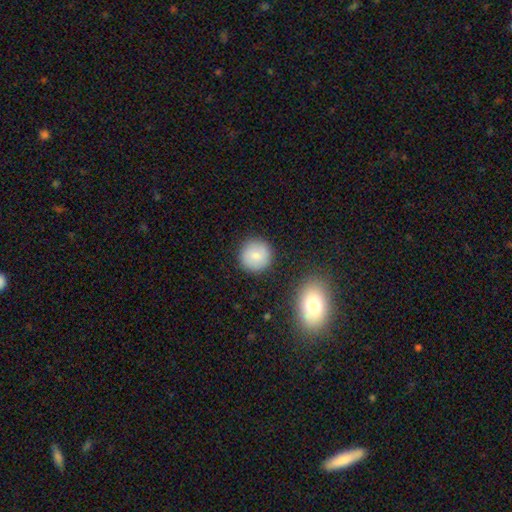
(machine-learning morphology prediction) A smooth galaxy with no disk features (82%) that is round (94%).

Vote fractions:
- Smooth or featured? smooth: 82% / featured or disk: 9% / star or artifact: 8%
- How rounded? round: 94% / in between: 5% / cigar-shaped: 1%
- Merging? none: 88% / minor disturbance: 7% / merger: 3% / major disturbance: 2%